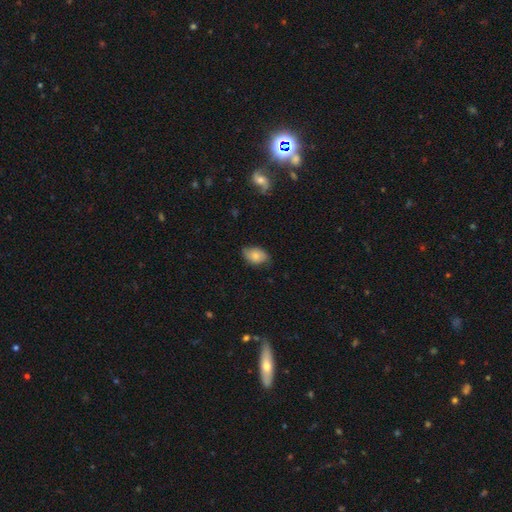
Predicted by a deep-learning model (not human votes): A smooth galaxy with no disk features (76%) that is in between round and cigar-shaped (86%).

Vote fractions:
- Smooth or featured? smooth: 76% / featured or disk: 16% / star or artifact: 8%
- How rounded? in between: 86% / round: 13% / cigar-shaped: 1%
- Merging? none: 67% / minor disturbance: 27% / major disturbance: 5% / merger: 1%